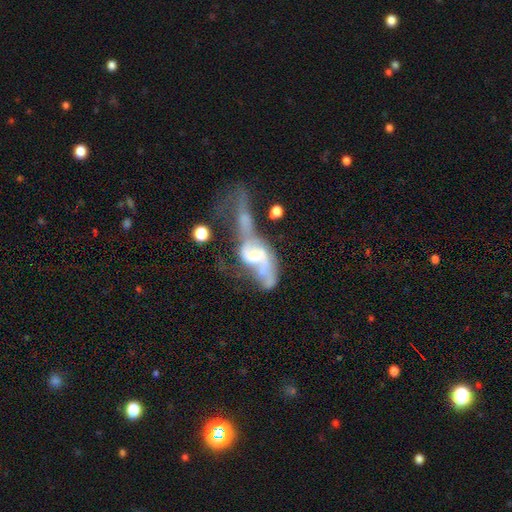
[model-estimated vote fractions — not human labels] smooth_or_featured: featured or disk (p=0.75) [alt: smooth p=0.16]
disk_edge_on: no (p=0.93) [alt: yes p=0.07]
bar: no (p=0.48) [alt: weak p=0.38]
has_spiral_arms: yes (p=0.79) [alt: no p=0.21]
spiral_winding: loose (p=0.53) [alt: medium p=0.33]
spiral_arm_count: 2 (p=0.67) [alt: can't tell p=0.16]
bulge_size: moderate (p=0.39) [alt: small p=0.35]
merging: merger (p=0.47) [alt: major disturbance p=0.31]